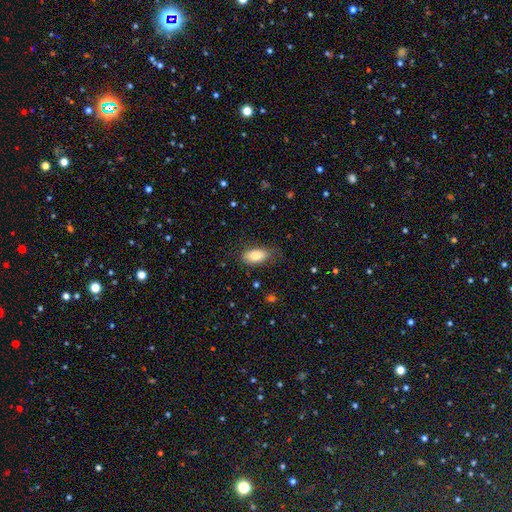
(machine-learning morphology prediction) Smooth or featured? Predicted: smooth (p=0.83). How rounded? Predicted: in between (p=0.91). Merging? Predicted: none (p=0.75).